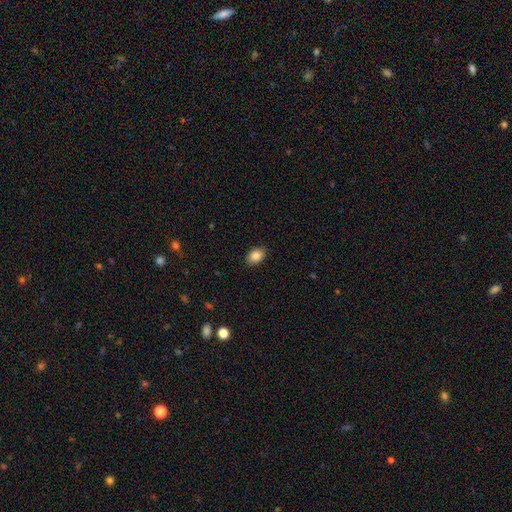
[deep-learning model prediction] smooth 87%, star or artifact 8%, featured or disk 5%. Down the decision tree: how rounded — in between (78%); merging — none (88%).